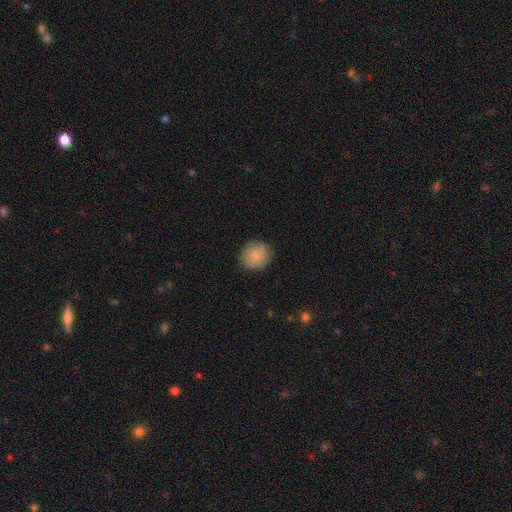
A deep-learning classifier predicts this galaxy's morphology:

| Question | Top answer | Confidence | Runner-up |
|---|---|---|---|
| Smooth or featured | smooth | 80% | featured or disk (13%) |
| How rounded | round | 86% | in between (13%) |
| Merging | none | 85% | minor disturbance (11%) |